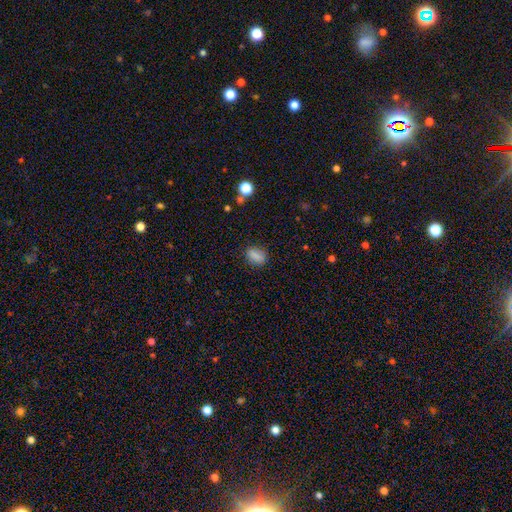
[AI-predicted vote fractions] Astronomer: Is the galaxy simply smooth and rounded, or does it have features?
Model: smooth — 83%.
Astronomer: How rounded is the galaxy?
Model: in between — 73%.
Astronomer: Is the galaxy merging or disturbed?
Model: none — 83%.